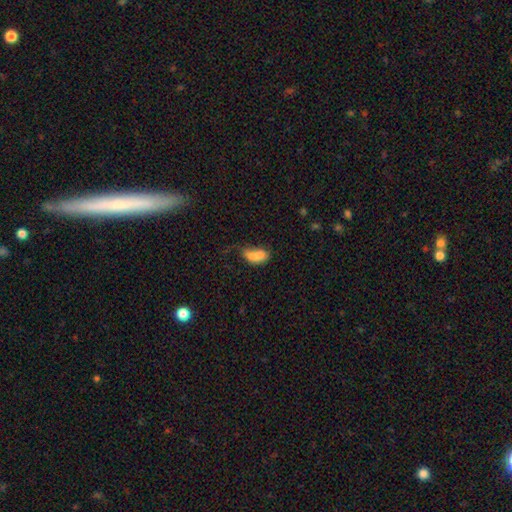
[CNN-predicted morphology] This is likely a smooth galaxy (73%). How rounded: clearly in between (86%). Merging: marginally merger (37%).